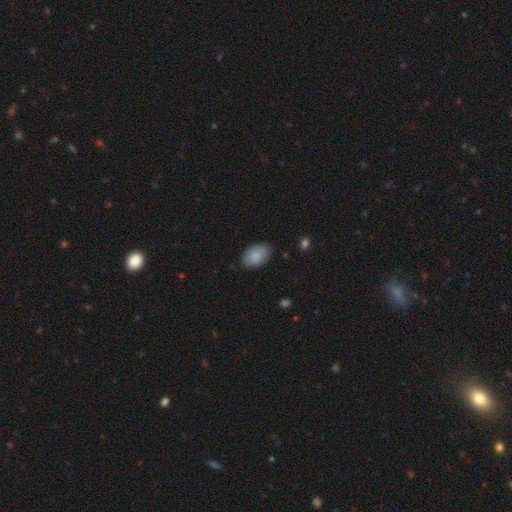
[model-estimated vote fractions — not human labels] Smooth or featured? smooth (88%)
How rounded? in between (90%)
Merging? none (86%)